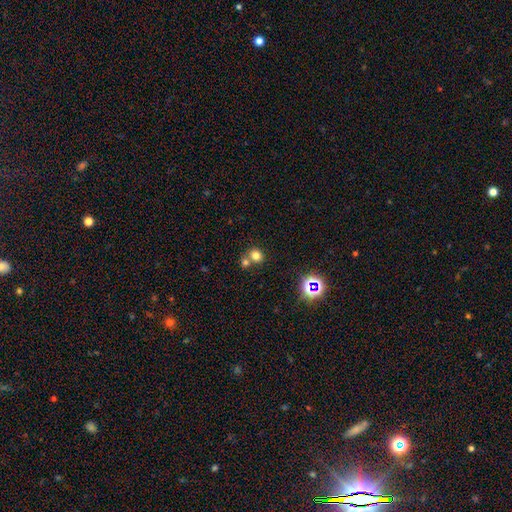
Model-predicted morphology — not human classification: Q: Smooth or featured?
A: smooth (73%); runner-up: star or artifact (18%)
Q: How rounded?
A: round (85%); runner-up: in between (14%)
Q: Merging?
A: none (51%); runner-up: merger (40%)